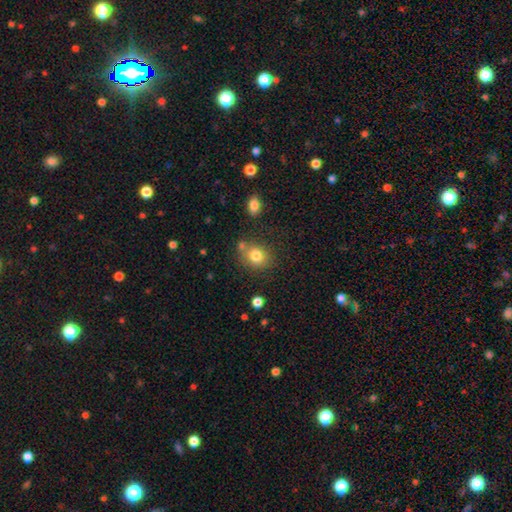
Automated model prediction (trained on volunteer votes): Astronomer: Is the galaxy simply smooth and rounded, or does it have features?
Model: smooth — 81%.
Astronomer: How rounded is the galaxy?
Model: round — 67%.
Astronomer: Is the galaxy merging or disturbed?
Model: none — 70%.